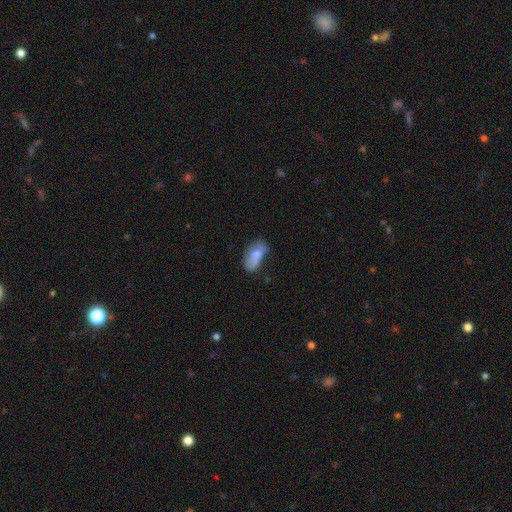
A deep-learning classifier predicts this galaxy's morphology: type=smooth (71%); roundness=in between (92%); merging=none (40%).